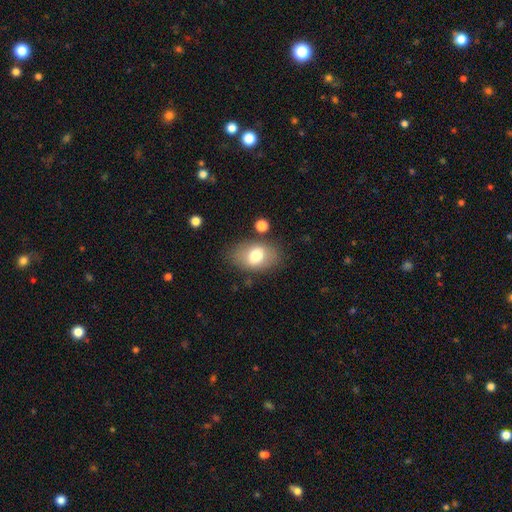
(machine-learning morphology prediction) Smooth or featured: smooth — 71% (featured or disk — 21%)
How rounded: in between — 84% (round — 14%)
Merging: none — 74% (minor disturbance — 16%)